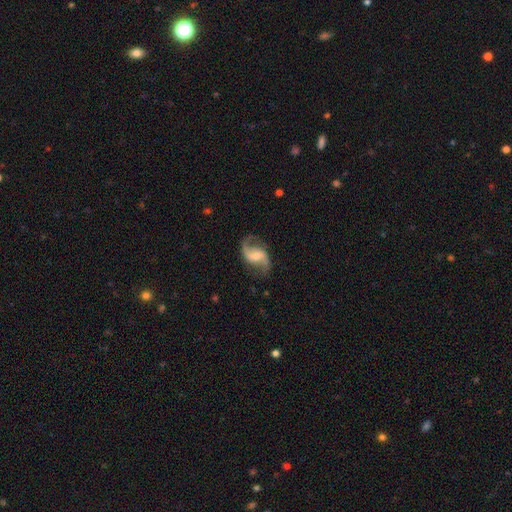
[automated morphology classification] type=featured or disk (88%); edge-on=no (98%); bar=weak (49%); spiral arms=yes (97%); winding=loose (65%); arm count=2 (93%); bulge=small (45%); merging=none (77%).